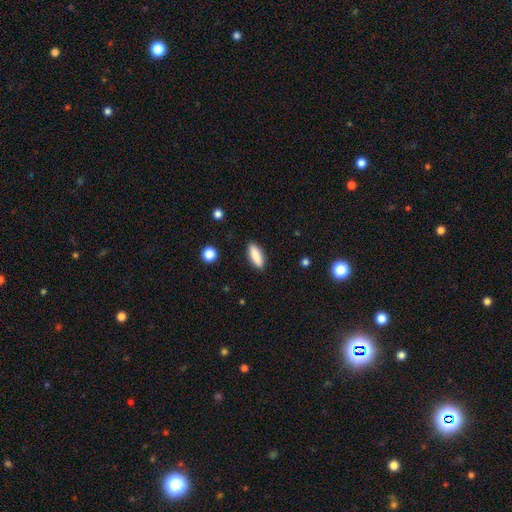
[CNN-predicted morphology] smooth-or-featured: smooth: 87% | featured or disk: 7% | star or artifact: 7%
  how-rounded: in between: 61% | cigar-shaped: 37% | round: 2%
  merging: none: 89% | minor disturbance: 8% | major disturbance: 2% | merger: 1%